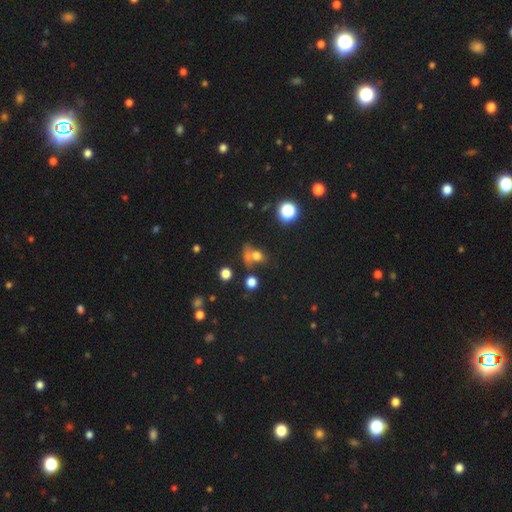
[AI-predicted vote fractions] Smooth or featured? smooth (65%)
How rounded? round (50%)
Merging? none (41%)